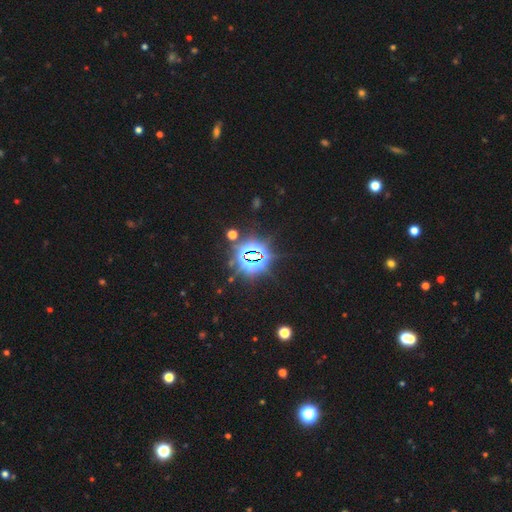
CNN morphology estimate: Q: Smooth or featured?
A: star or artifact (83%); runner-up: smooth (10%)